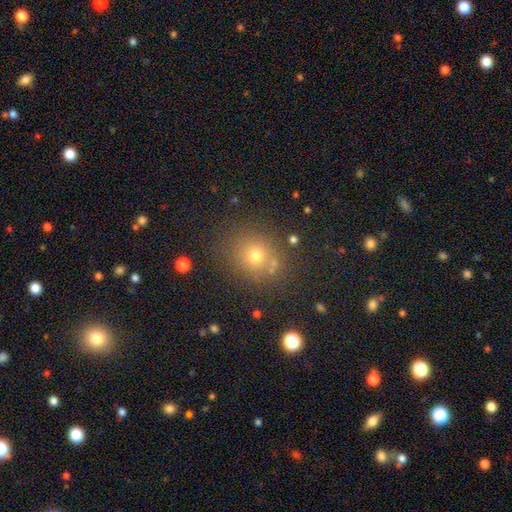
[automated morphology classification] smooth_or_featured: smooth (p=0.68) [alt: star or artifact p=0.22]
how_rounded: round (p=0.81) [alt: in between p=0.18]
merging: none (p=0.76) [alt: minor disturbance p=0.11]